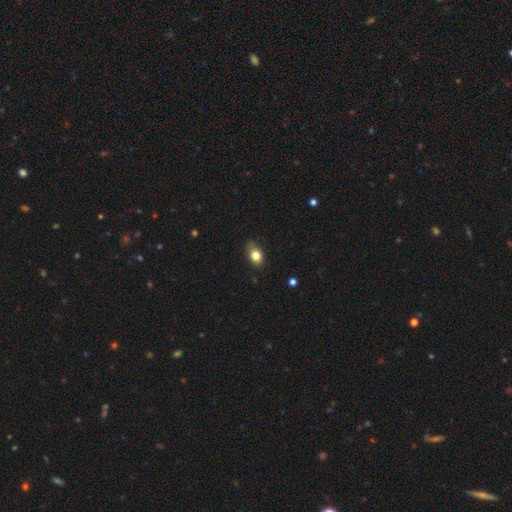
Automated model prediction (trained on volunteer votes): Smooth or featured? Predicted: smooth (p=0.81). How rounded? Predicted: in between (p=0.72). Merging? Predicted: none (p=0.75).